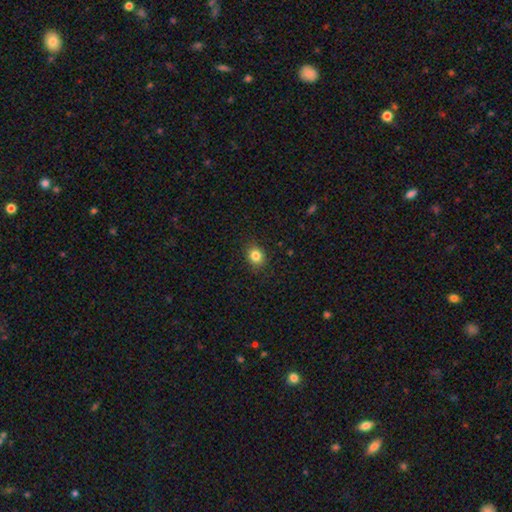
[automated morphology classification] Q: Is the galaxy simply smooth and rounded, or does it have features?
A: smooth — 83%.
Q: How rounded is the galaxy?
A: round — 63%.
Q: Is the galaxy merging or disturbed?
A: none — 88%.